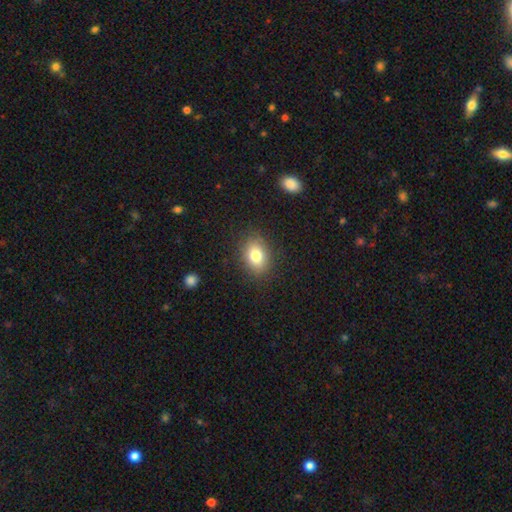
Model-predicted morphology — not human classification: Q: Smooth or featured?
A: smooth (80%); runner-up: featured or disk (10%)
Q: How rounded?
A: in between (70%); runner-up: round (29%)
Q: Merging?
A: none (86%); runner-up: minor disturbance (9%)